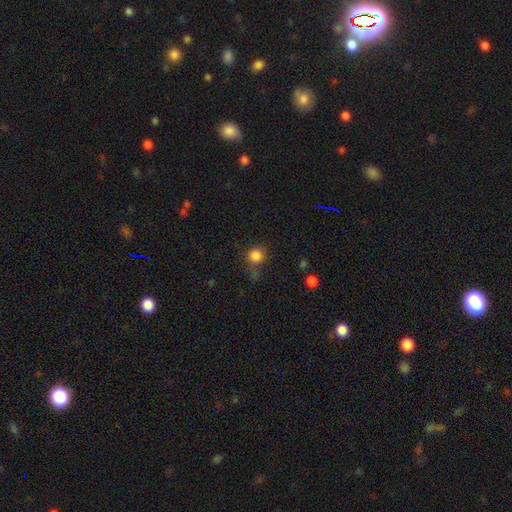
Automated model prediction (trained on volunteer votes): Smooth or featured? Predicted: smooth (p=0.83). How rounded? Predicted: round (p=0.91). Merging? Predicted: none (p=0.68).